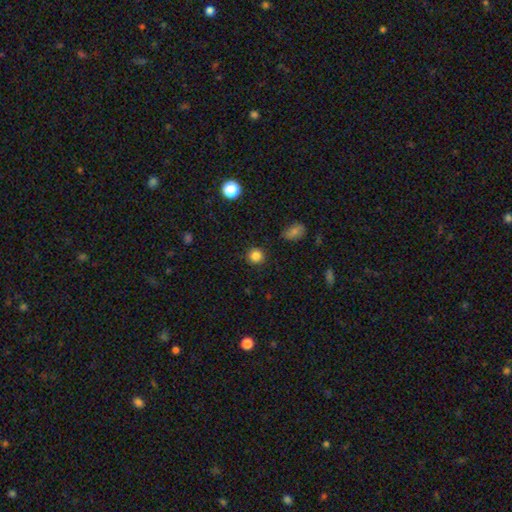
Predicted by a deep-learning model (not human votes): The model was most divided on "smooth or featured": smooth: 84%, star or artifact: 11%, featured or disk: 4%. More confident: how rounded — round (93%); merging — none (90%).